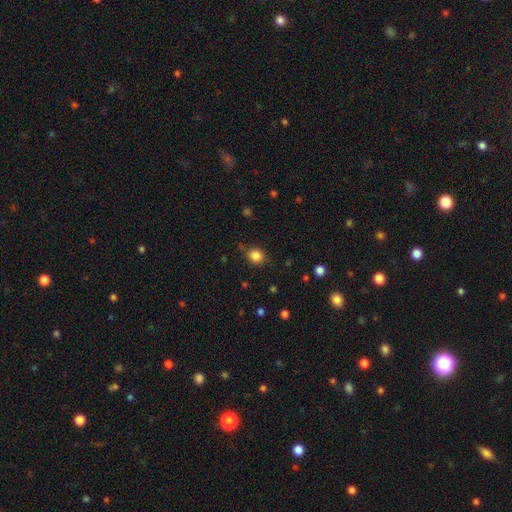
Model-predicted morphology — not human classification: This is clearly a smooth galaxy (84%). How rounded: likely round (75%). Merging: likely none (78%).